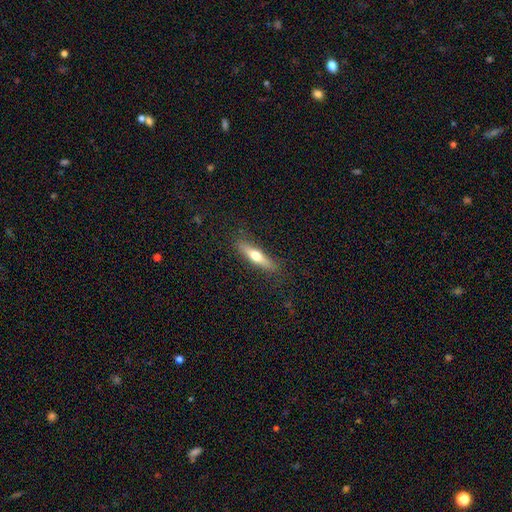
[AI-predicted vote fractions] Overall: smooth (51%; featured or disk 43%). How rounded: cigar-shaped (80%). Merging: none (86%).